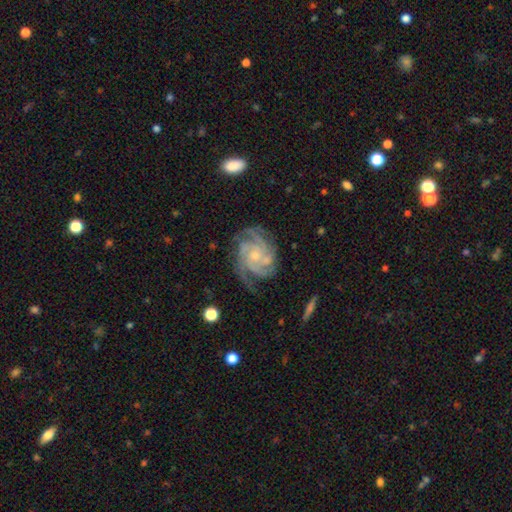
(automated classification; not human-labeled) Q: Smooth or featured?
A: featured or disk (90%); runner-up: star or artifact (5%)
Q: Edge-on disk?
A: no (98%); runner-up: yes (2%)
Q: Bar?
A: no (74%); runner-up: weak (21%)
Q: Spiral arms?
A: yes (98%); runner-up: no (2%)
Q: Spiral winding?
A: tight (63%); runner-up: medium (32%)
Q: Spiral arm count?
A: 4 (32%); runner-up: 3 (28%)
Q: Bulge size?
A: small (66%); runner-up: moderate (28%)
Q: Merging?
A: none (71%); runner-up: minor disturbance (18%)